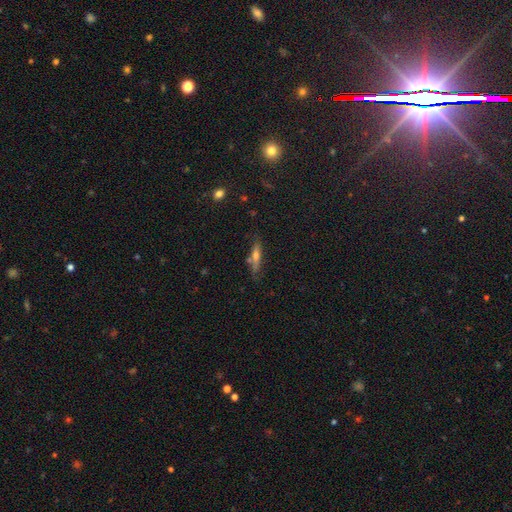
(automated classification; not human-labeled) The model was most divided on "smooth or featured": smooth: 48%, featured or disk: 42%, star or artifact: 10%. More confident: merging — none (72%).